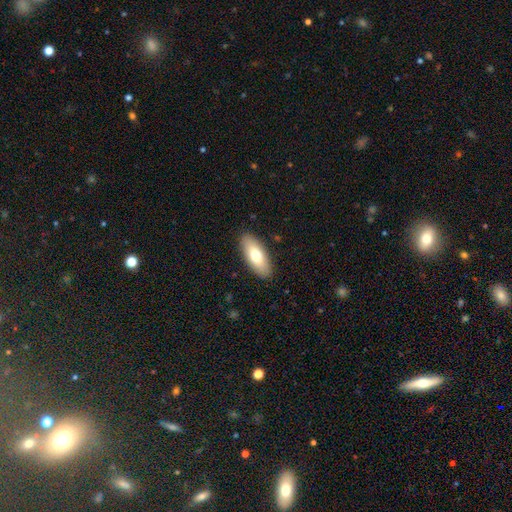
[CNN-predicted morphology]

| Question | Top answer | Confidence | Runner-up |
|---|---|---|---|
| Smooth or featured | smooth | 72% | featured or disk (22%) |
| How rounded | in between | 81% | cigar-shaped (17%) |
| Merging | none | 89% | minor disturbance (8%) |